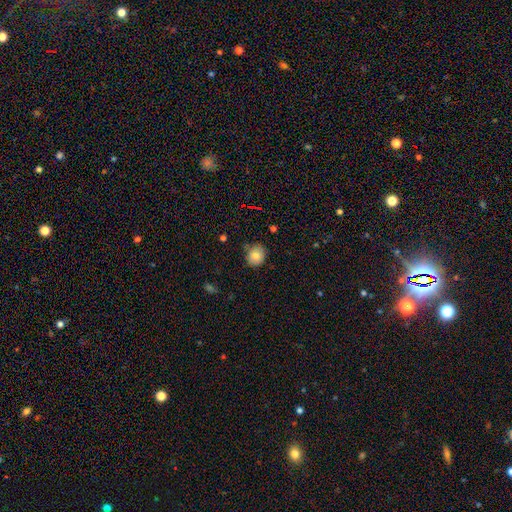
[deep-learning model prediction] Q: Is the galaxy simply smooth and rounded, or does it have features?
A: smooth — 79%.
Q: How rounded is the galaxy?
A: round — 79%.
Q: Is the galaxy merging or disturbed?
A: none — 79%.